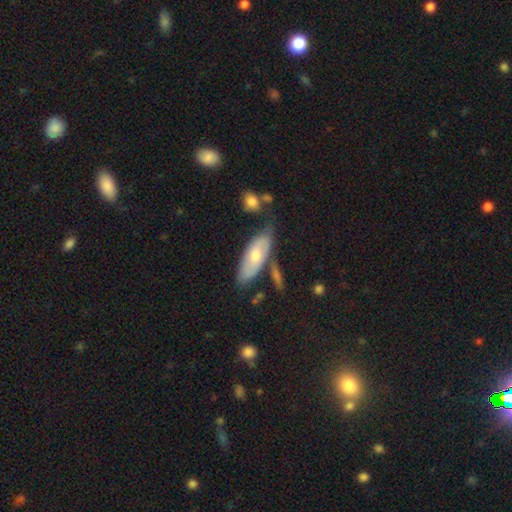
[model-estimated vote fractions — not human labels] Smooth or featured: smooth — 53% (featured or disk — 41%)
How rounded: in between — 77% (cigar-shaped — 20%)
Merging: none — 59% (minor disturbance — 23%)